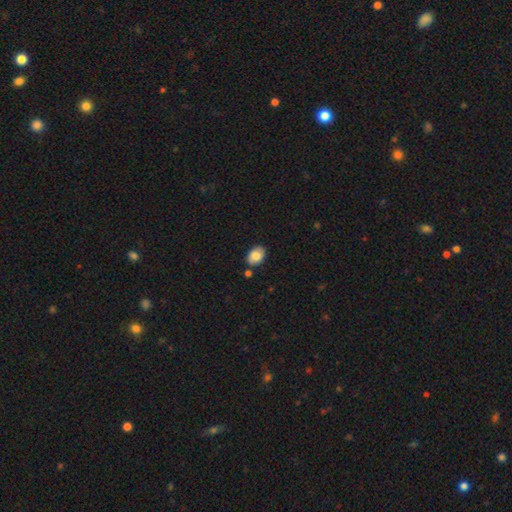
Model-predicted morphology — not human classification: A smooth galaxy with no disk features (81%) that is in between round and cigar-shaped (75%).

Vote fractions:
- Smooth or featured? smooth: 81% / featured or disk: 11% / star or artifact: 8%
- How rounded? in between: 75% / round: 24% / cigar-shaped: 1%
- Merging? none: 79% / minor disturbance: 12% / merger: 6% / major disturbance: 2%